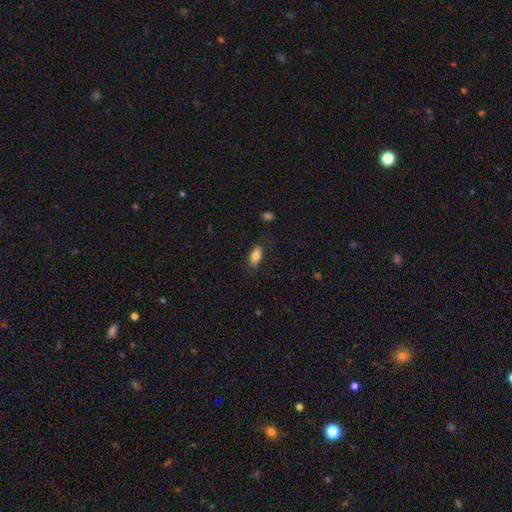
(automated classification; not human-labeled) Smooth or featured?
  - smooth: 82% *
  - featured or disk: 10%
  - star or artifact: 8%
How rounded?
  - in between: 88% *
  - cigar-shaped: 8%
  - round: 4%
Merging?
  - none: 83% *
  - minor disturbance: 13%
  - major disturbance: 3%
  - merger: 1%